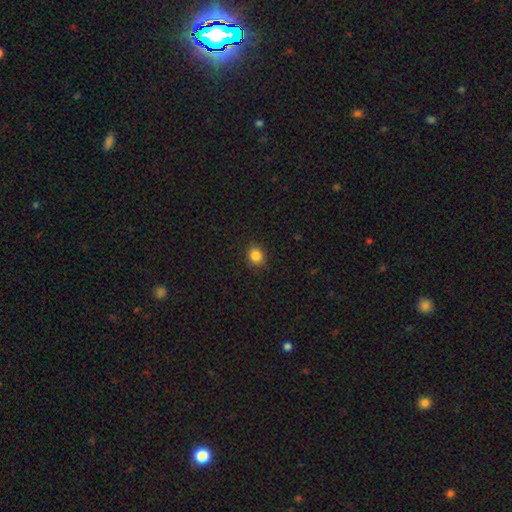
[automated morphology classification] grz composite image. It shows a smooth galaxy with no disk features (85%) that is round (72%). Merging: none (89%).